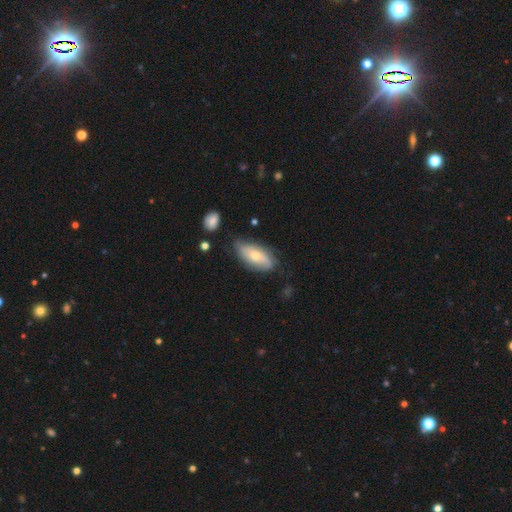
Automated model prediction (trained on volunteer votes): Smooth or featured? Predicted: smooth (p=0.55). How rounded? Predicted: in between (p=0.86). Merging? Predicted: none (p=0.65).